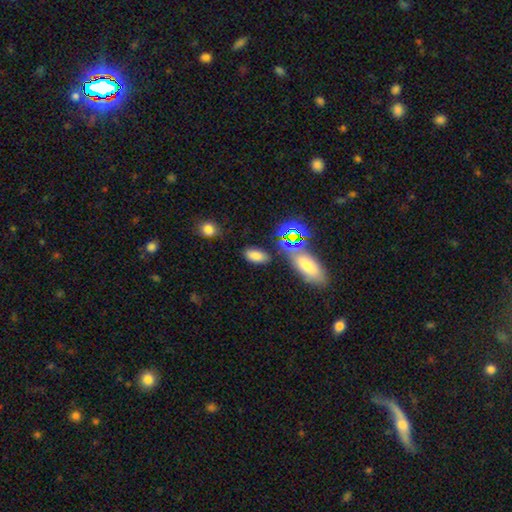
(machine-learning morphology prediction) smooth 76%, star or artifact 17%, featured or disk 7%. Down the decision tree: how rounded — in between (90%); merging — none (80%).